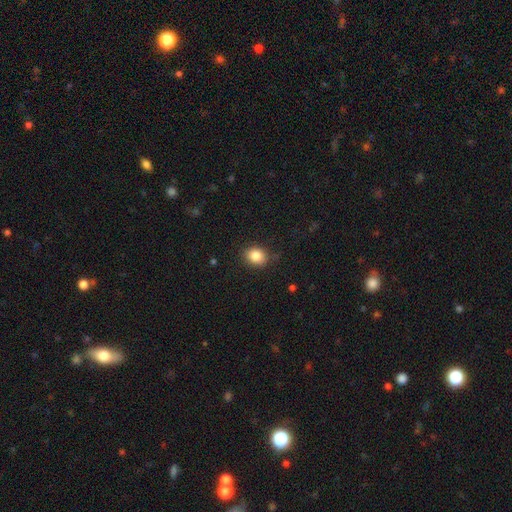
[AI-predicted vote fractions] smooth 84%, star or artifact 10%, featured or disk 6%. Down the decision tree: how rounded — round (56%); merging — none (82%).